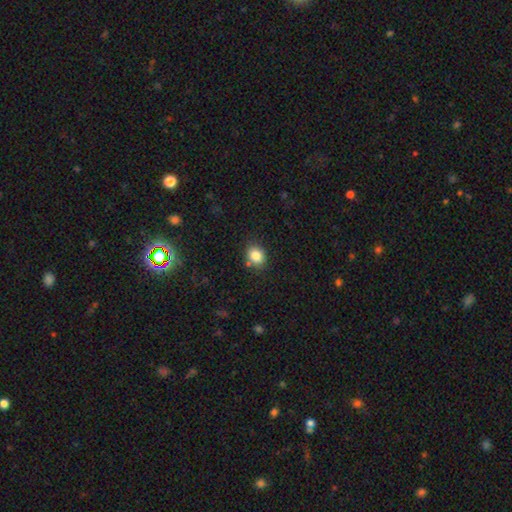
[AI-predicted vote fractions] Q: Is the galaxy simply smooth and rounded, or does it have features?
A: smooth — 84%.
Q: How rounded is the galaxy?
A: round — 56%.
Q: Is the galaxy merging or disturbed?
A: none — 79%.